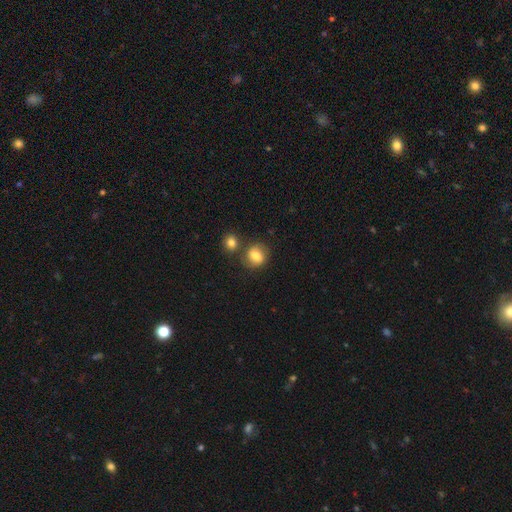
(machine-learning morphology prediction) Smooth or featured?
  - smooth: 75% *
  - featured or disk: 16%
  - star or artifact: 9%
How rounded?
  - round: 75% *
  - in between: 24%
  - cigar-shaped: 1%
Merging?
  - none: 67% *
  - merger: 16%
  - minor disturbance: 13%
  - major disturbance: 4%